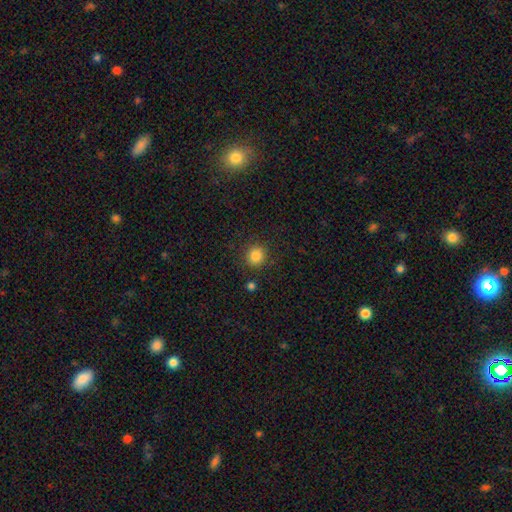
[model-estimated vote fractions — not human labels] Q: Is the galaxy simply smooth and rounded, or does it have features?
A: smooth — 84%.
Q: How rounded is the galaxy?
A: round — 88%.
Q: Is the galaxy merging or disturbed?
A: none — 87%.